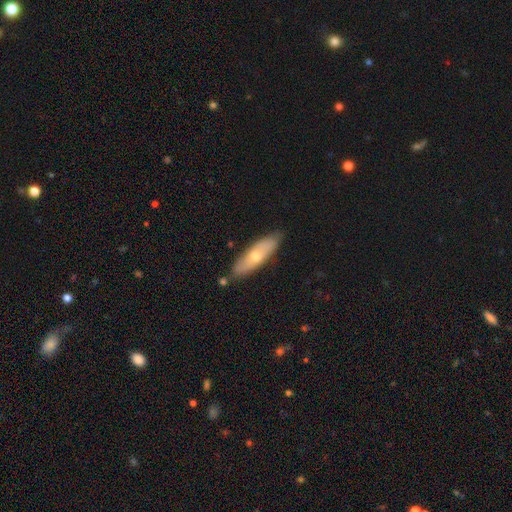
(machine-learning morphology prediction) Q: Smooth or featured?
A: smooth (47%); runner-up: featured or disk (42%)
Q: Merging?
A: none (85%); runner-up: minor disturbance (11%)